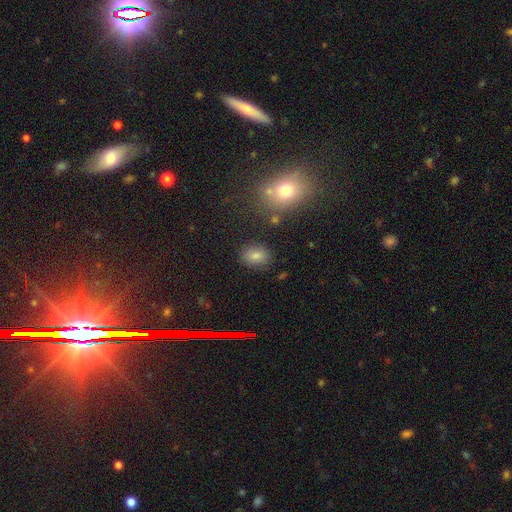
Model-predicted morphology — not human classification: smooth_or_featured: smooth (p=0.81) [alt: star or artifact p=0.11]
how_rounded: in between (p=0.77) [alt: round p=0.22]
merging: none (p=0.84) [alt: minor disturbance p=0.10]